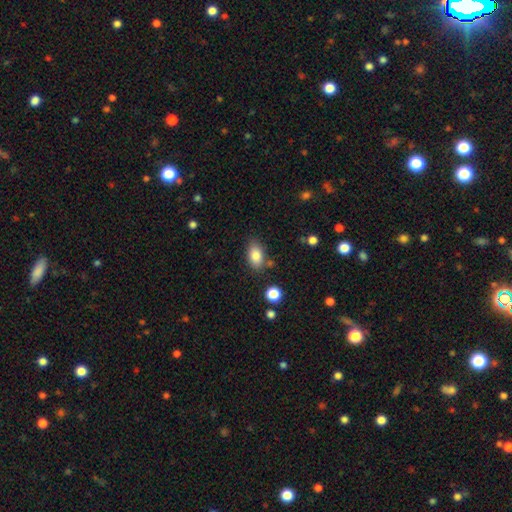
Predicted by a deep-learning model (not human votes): A smooth galaxy with no disk features (85%) that is in between round and cigar-shaped (89%). Merging: none (76%).